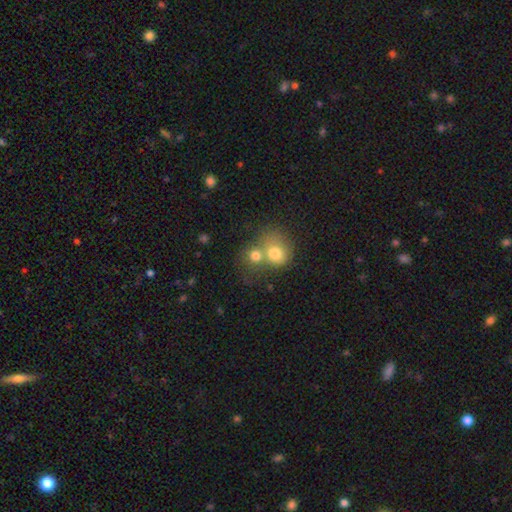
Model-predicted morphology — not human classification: smooth-or-featured: smooth: 74% | featured or disk: 15% | star or artifact: 11%
  how-rounded: round: 73% | in between: 26% | cigar-shaped: 1%
  merging: merger: 60% | none: 29% | minor disturbance: 7% | major disturbance: 4%